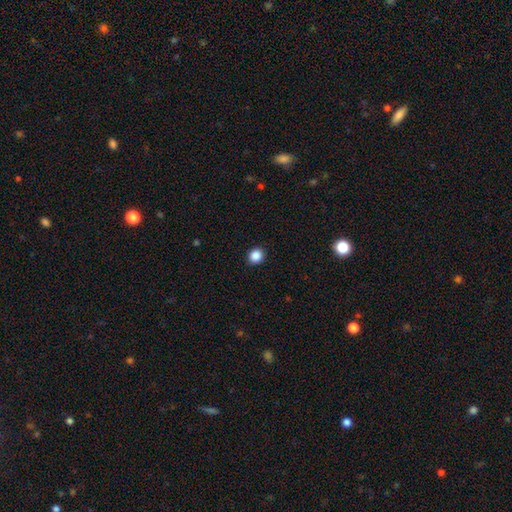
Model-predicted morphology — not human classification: Smooth or featured? smooth (88%)
How rounded? round (80%)
Merging? none (92%)